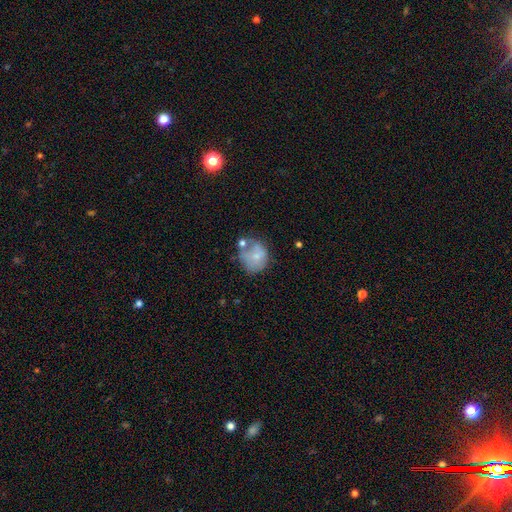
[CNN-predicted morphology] Q: Smooth or featured?
A: smooth (64%); runner-up: featured or disk (27%)
Q: How rounded?
A: round (71%); runner-up: in between (28%)
Q: Merging?
A: none (38%); runner-up: minor disturbance (26%)